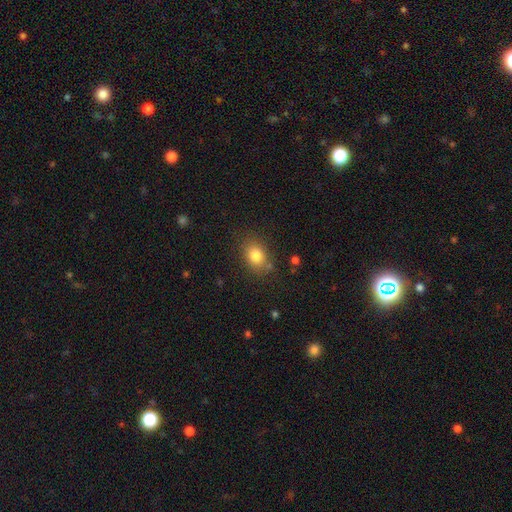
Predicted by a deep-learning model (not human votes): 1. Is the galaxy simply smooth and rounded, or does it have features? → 82% smooth, 10% star or artifact, 8% featured or disk.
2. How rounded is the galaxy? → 65% in between, 34% round, 1% cigar-shaped.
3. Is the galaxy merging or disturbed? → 79% none, 13% minor disturbance, 4% major disturbance, 3% merger.